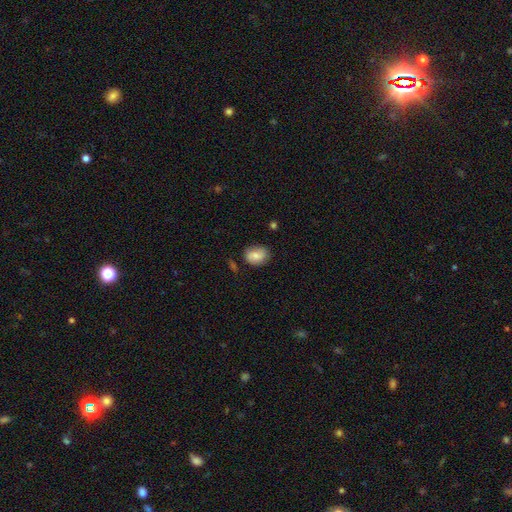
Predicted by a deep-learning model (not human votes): Q: Smooth or featured?
A: smooth (69%); runner-up: featured or disk (23%)
Q: How rounded?
A: in between (60%); runner-up: round (39%)
Q: Merging?
A: none (74%); runner-up: minor disturbance (19%)